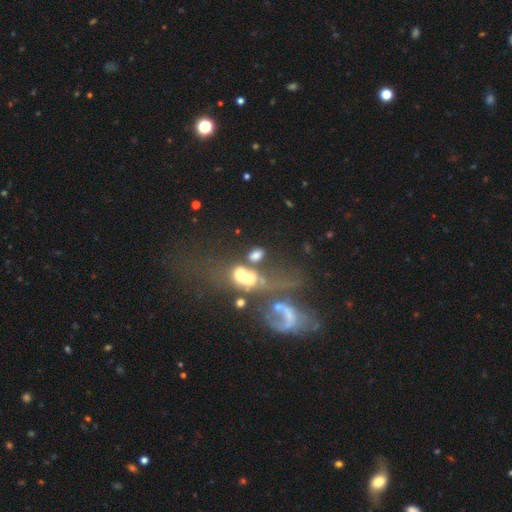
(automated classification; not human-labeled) This appears to be a smooth galaxy with no disk features (50%) that is in between round and cigar-shaped (77%). Merging: merger (48%).